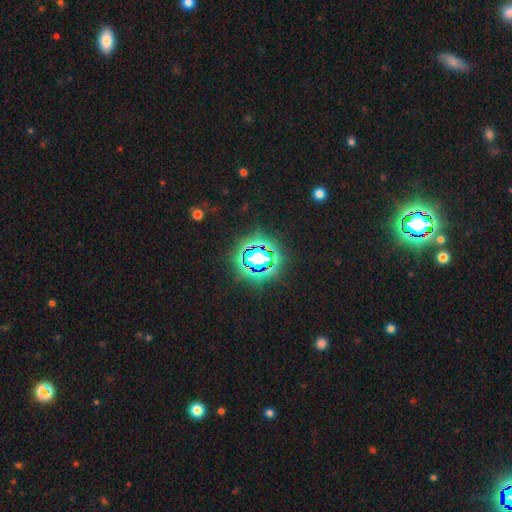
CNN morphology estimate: star or artifact 84%, smooth 10%, featured or disk 6%.